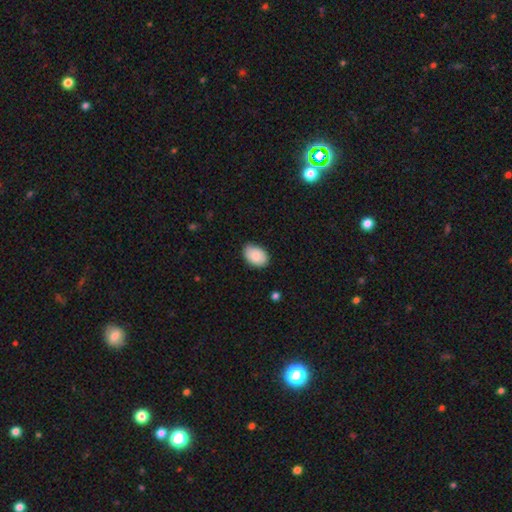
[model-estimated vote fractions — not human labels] smooth_or_featured: smooth (p=0.88) [alt: star or artifact p=0.06]
how_rounded: in between (p=0.87) [alt: round p=0.12]
merging: none (p=0.83) [alt: minor disturbance p=0.14]